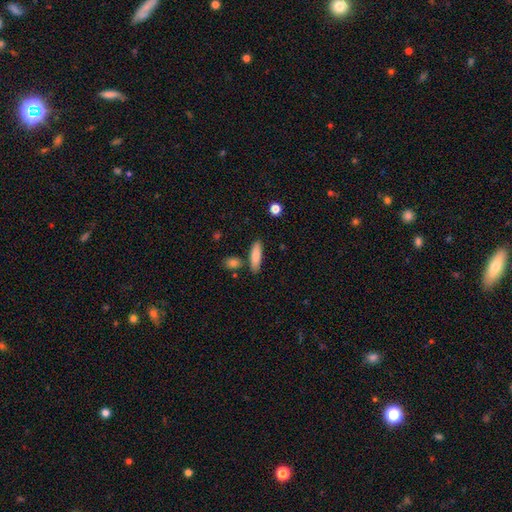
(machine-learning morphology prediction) Smooth or featured: smooth — 84% (featured or disk — 10%)
How rounded: cigar-shaped — 58% (in between — 40%)
Merging: none — 81% (minor disturbance — 11%)